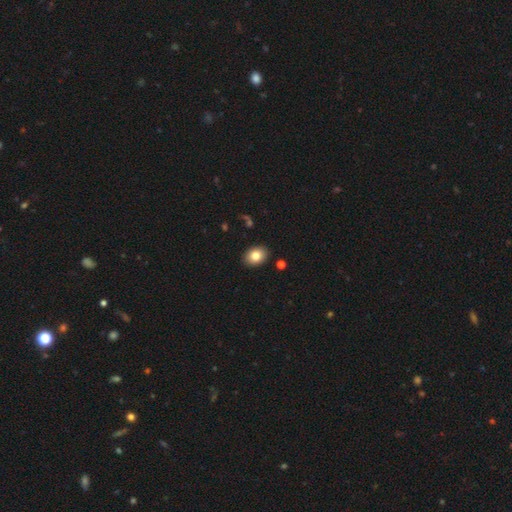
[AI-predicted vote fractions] Smooth or featured: smooth — 82% (featured or disk — 10%)
How rounded: in between — 69% (round — 30%)
Merging: none — 90% (minor disturbance — 7%)